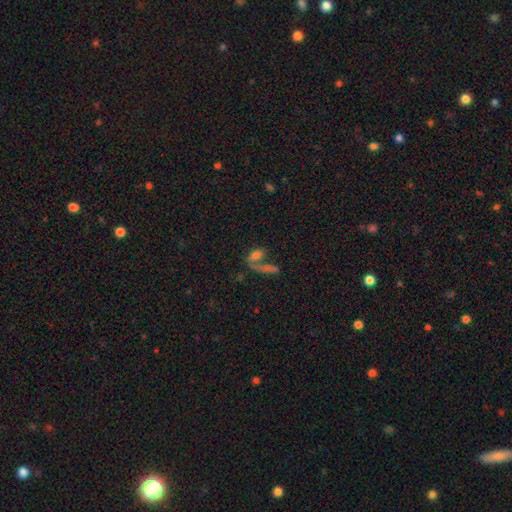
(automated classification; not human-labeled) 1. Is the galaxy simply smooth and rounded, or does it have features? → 63% smooth, 21% featured or disk, 16% star or artifact.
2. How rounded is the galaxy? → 66% in between, 25% cigar-shaped, 9% round.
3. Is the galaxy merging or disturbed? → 47% merger, 34% none, 10% major disturbance, 9% minor disturbance.